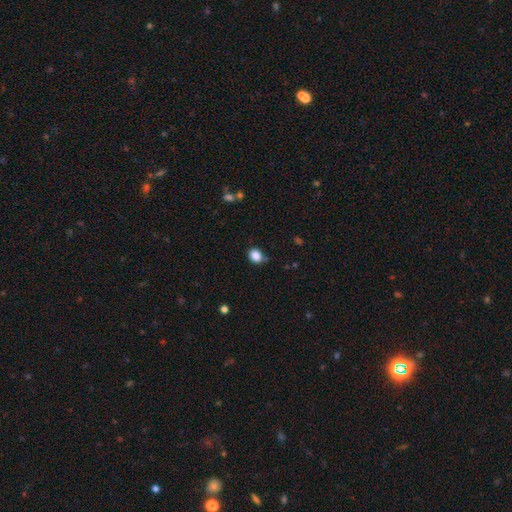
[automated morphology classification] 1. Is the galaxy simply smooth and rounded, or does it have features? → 86% smooth, 10% star or artifact, 4% featured or disk.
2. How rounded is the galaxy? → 51% round, 48% in between, 1% cigar-shaped.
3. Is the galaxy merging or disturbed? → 70% none, 21% minor disturbance, 5% major disturbance, 4% merger.